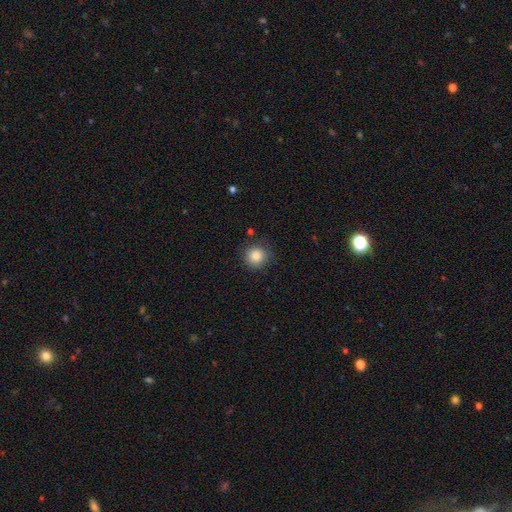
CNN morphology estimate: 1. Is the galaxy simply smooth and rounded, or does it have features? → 86% smooth, 10% star or artifact, 4% featured or disk.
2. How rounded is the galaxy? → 93% round, 6% in between, 1% cigar-shaped.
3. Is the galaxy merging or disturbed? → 85% none, 10% minor disturbance, 3% major disturbance, 2% merger.